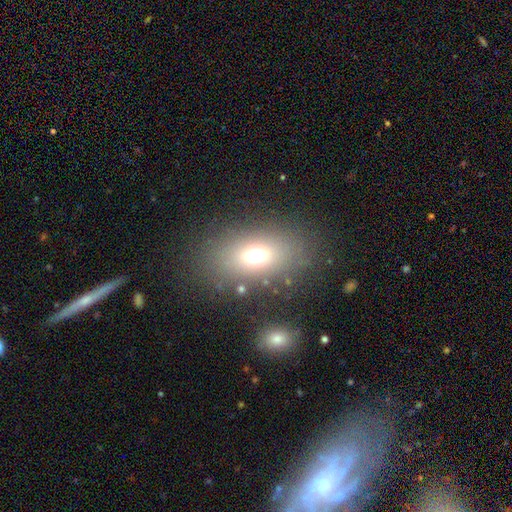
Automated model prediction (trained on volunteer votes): smooth-or-featured: smooth: 66% | star or artifact: 19% | featured or disk: 15%
  how-rounded: in between: 73% | round: 24% | cigar-shaped: 3%
  merging: none: 80% | minor disturbance: 10% | major disturbance: 7% | merger: 3%